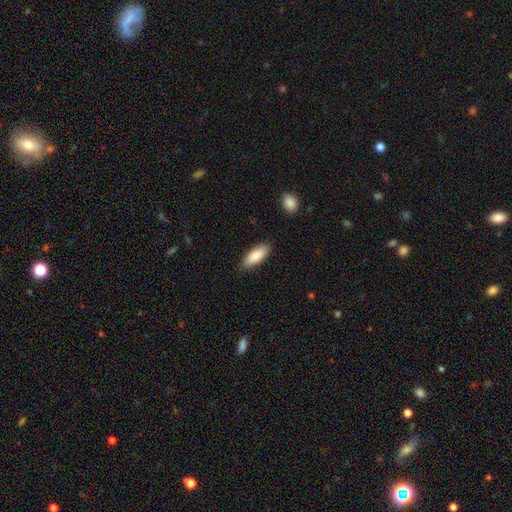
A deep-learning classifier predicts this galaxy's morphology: A smooth galaxy with no disk features (86%) that is in between round and cigar-shaped (67%). Merging: none (87%).